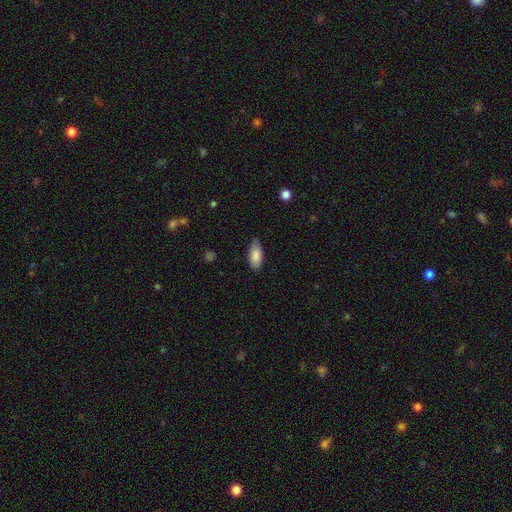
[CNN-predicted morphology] smooth-or-featured: smooth: 86% | featured or disk: 8% | star or artifact: 6%
  how-rounded: in between: 87% | cigar-shaped: 11% | round: 2%
  merging: none: 78% | minor disturbance: 18% | major disturbance: 3% | merger: 1%